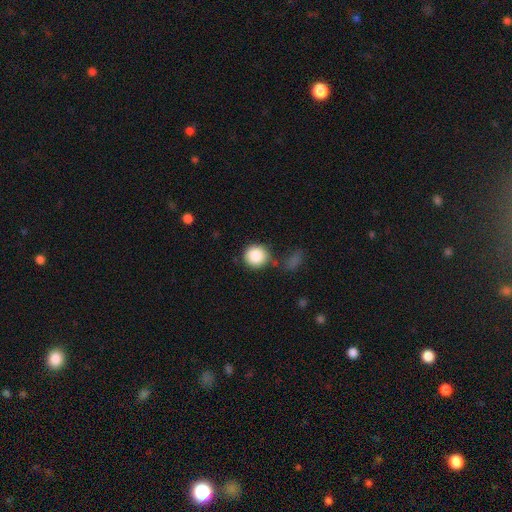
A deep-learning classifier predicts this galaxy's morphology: Smooth or featured?
  - smooth: 86% *
  - star or artifact: 8%
  - featured or disk: 6%
How rounded?
  - round: 93% *
  - in between: 6%
  - cigar-shaped: 1%
Merging?
  - none: 67% *
  - minor disturbance: 17%
  - merger: 9%
  - major disturbance: 8%